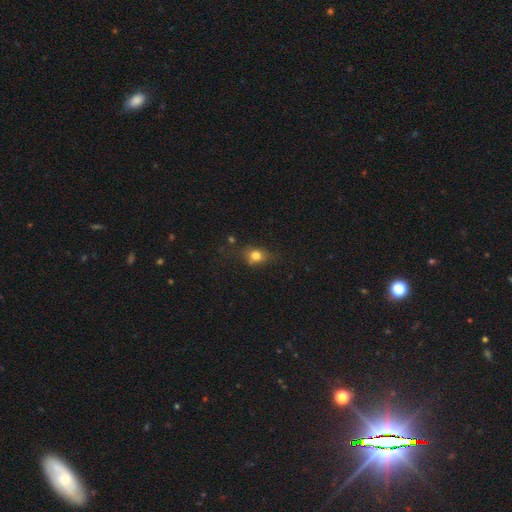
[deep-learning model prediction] smooth-or-featured: smooth: 75% | star or artifact: 13% | featured or disk: 12%
  how-rounded: round: 53% | in between: 45% | cigar-shaped: 3%
  merging: none: 62% | minor disturbance: 24% | major disturbance: 9% | merger: 5%